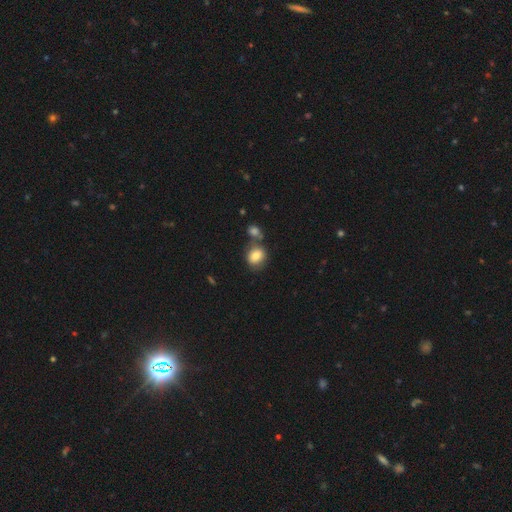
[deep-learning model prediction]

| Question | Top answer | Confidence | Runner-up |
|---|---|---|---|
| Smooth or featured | smooth | 81% | featured or disk (11%) |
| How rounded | round | 56% | in between (43%) |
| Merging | none | 57% | merger (25%) |